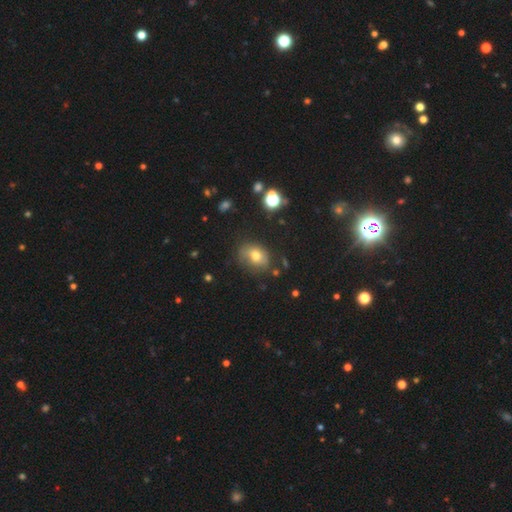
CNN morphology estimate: Q: Smooth or featured?
A: smooth (69%); runner-up: featured or disk (17%)
Q: How rounded?
A: in between (58%); runner-up: round (41%)
Q: Merging?
A: none (66%); runner-up: minor disturbance (23%)